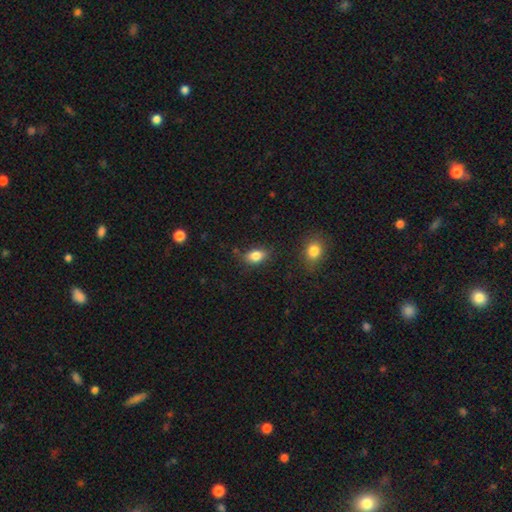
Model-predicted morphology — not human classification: type=smooth (84%); roundness=in between (84%); merging=none (79%).